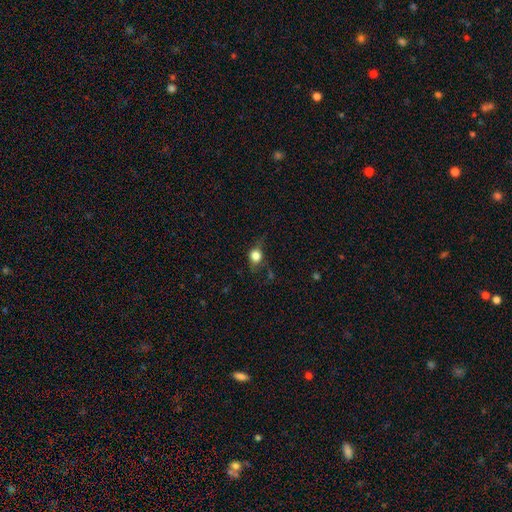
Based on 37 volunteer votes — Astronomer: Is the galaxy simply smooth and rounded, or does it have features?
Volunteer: smooth — 86%.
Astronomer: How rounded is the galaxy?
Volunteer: round — 75%.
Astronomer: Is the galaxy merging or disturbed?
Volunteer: none — 53% (runner-up: minor disturbance, 33%).